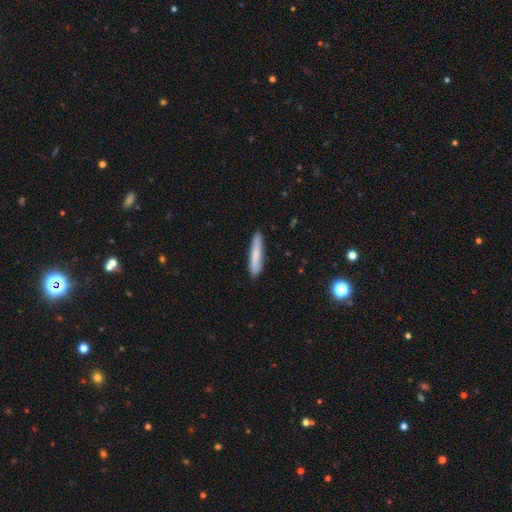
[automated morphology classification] Q: Smooth or featured?
A: smooth (79%); runner-up: featured or disk (15%)
Q: How rounded?
A: cigar-shaped (89%); runner-up: in between (9%)
Q: Merging?
A: none (85%); runner-up: minor disturbance (12%)